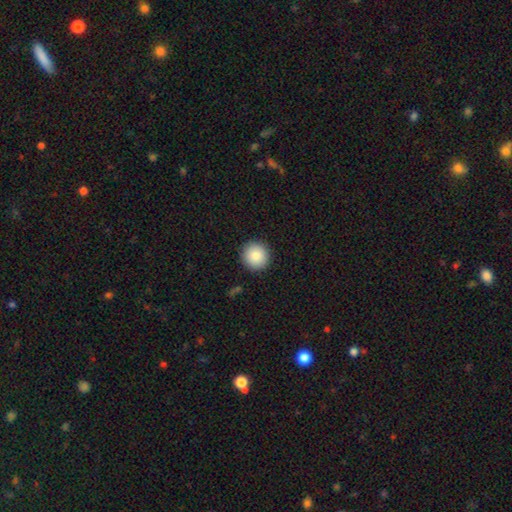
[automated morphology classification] The model was most divided on "smooth or featured": smooth: 85%, star or artifact: 8%, featured or disk: 7%. More confident: how rounded — round (94%); merging — none (92%).